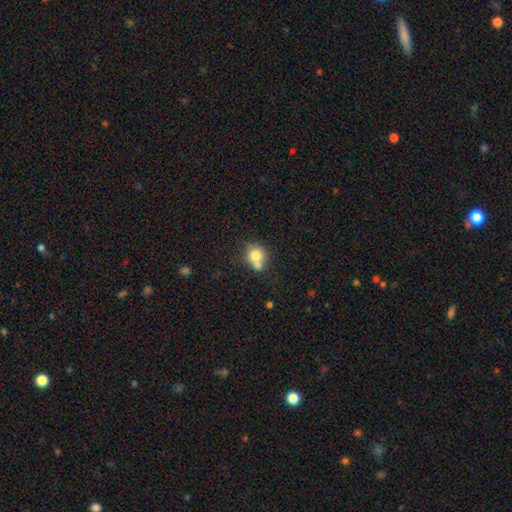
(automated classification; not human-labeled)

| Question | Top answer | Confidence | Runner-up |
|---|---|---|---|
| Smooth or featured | smooth | 74% | featured or disk (16%) |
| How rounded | round | 77% | in between (22%) |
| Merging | merger | 43% | none (42%) |